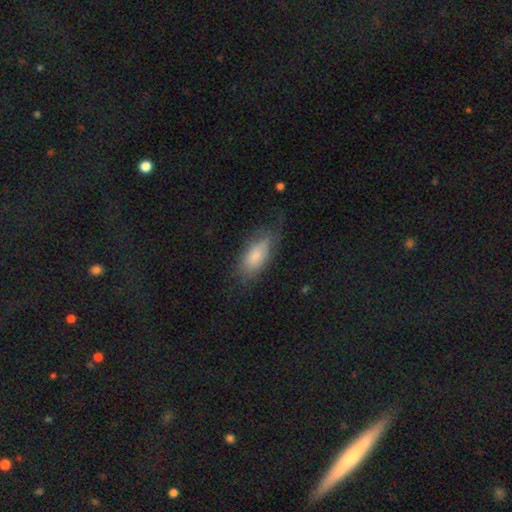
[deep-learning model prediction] Smooth or featured? Predicted: smooth (p=0.72). How rounded? Predicted: in between (p=0.85). Merging? Predicted: none (p=0.53).